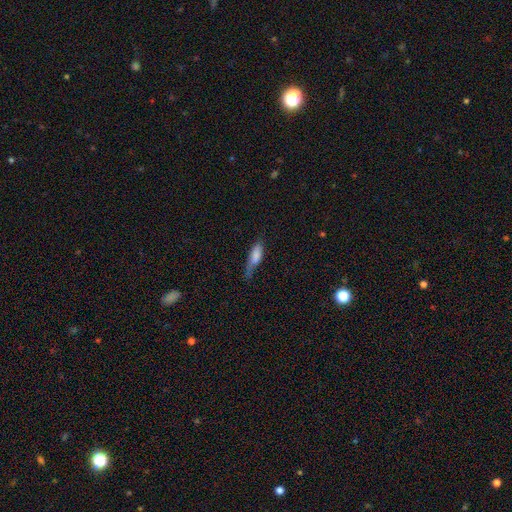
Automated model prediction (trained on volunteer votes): Smooth or featured? smooth (77%)
How rounded? in between (52%)
Merging? none (42%)